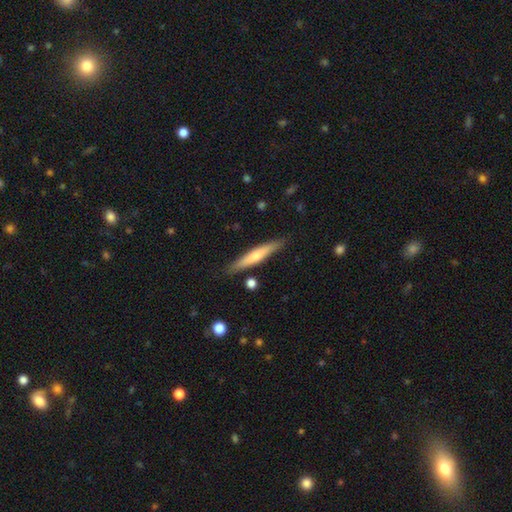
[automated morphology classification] type=smooth (54%); roundness=cigar-shaped (91%); merging=none (86%).